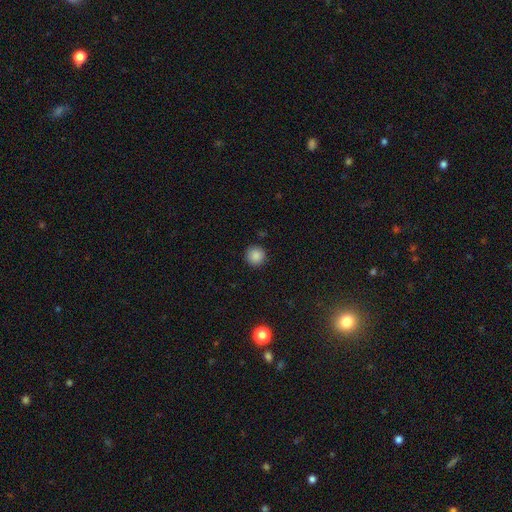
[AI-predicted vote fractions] The model was most divided on "smooth or featured": smooth: 87%, star or artifact: 10%, featured or disk: 3%. More confident: how rounded — round (95%); merging — none (90%).